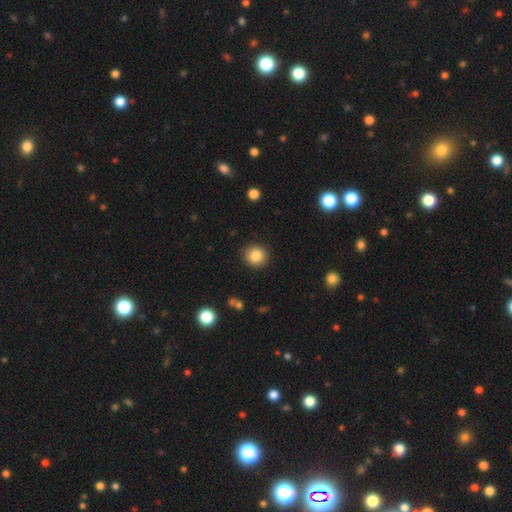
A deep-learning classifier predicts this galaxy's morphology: The model was most divided on "smooth or featured": smooth: 84%, star or artifact: 10%, featured or disk: 6%. More confident: merging — none (90%); how rounded — round (89%).